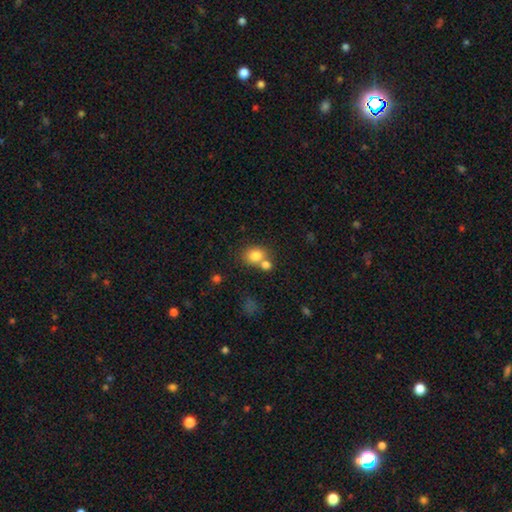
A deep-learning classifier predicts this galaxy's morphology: type=smooth (80%); roundness=round (61%); merging=none (47%).